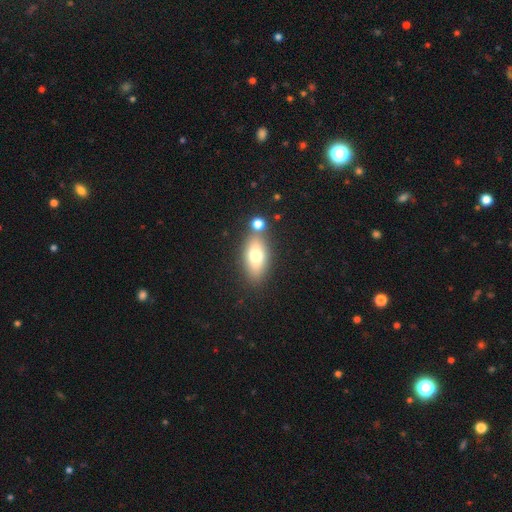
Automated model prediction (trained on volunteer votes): Overall: smooth (71%). How rounded: in between (83%). Merging: none (68%).